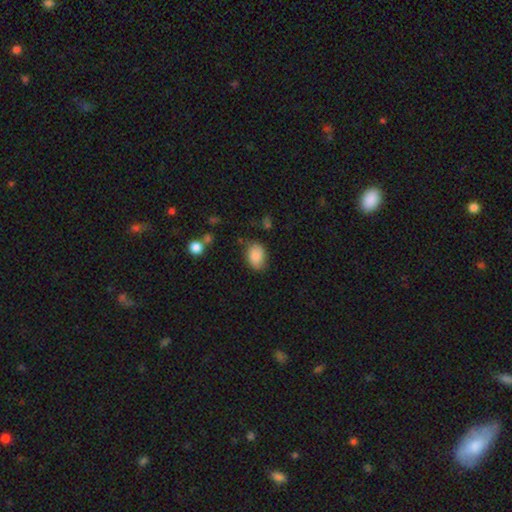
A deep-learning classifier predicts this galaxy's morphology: Overall: smooth (85%). How rounded: in between (79%). Merging: none (71%).